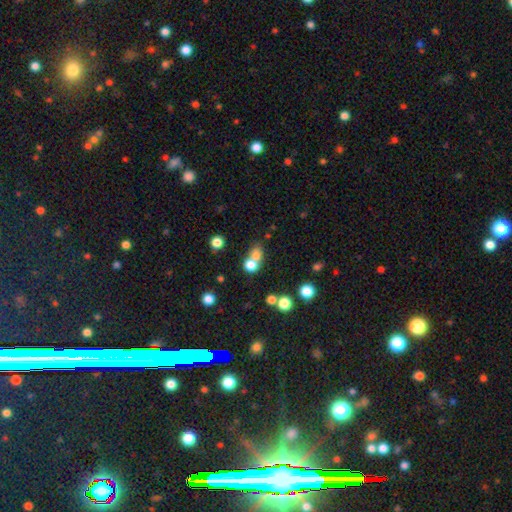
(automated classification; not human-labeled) The model was most divided on "merging": merger: 52%, none: 37%, minor disturbance: 7%, major disturbance: 4%. More confident: smooth or featured — smooth (74%); how rounded — round (69%).